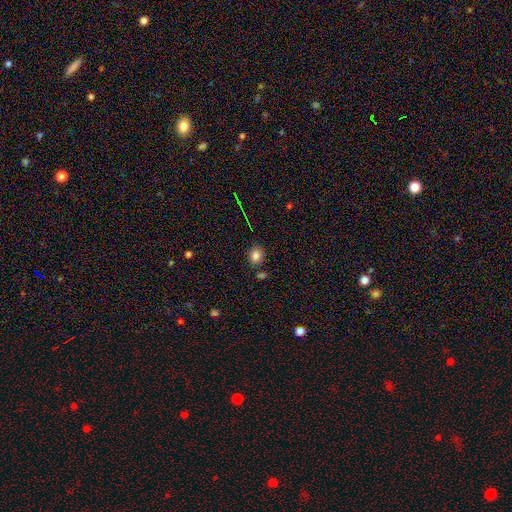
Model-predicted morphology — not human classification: The model was most divided on "how rounded": round: 61%, in between: 38%, cigar-shaped: 1%. More confident: smooth or featured — smooth (82%); merging — none (80%).